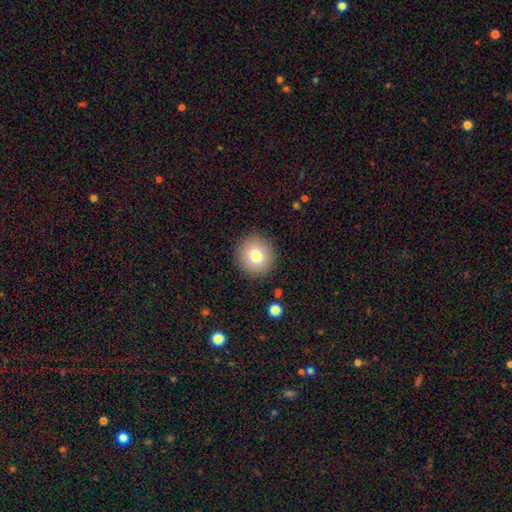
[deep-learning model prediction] Q: Smooth or featured?
A: smooth (77%); runner-up: featured or disk (12%)
Q: How rounded?
A: round (91%); runner-up: in between (8%)
Q: Merging?
A: none (90%); runner-up: minor disturbance (7%)